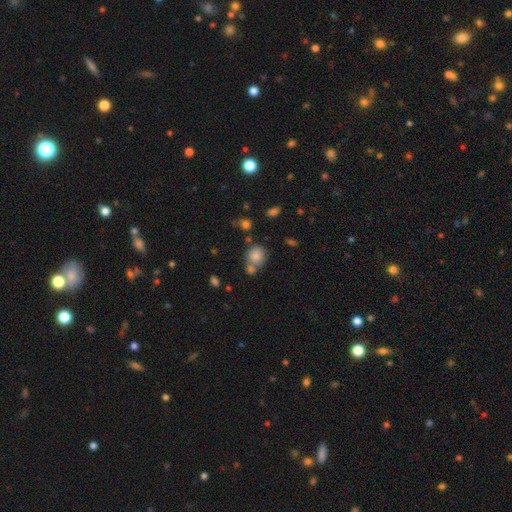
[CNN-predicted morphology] The model was most divided on "merging": none: 55%, merger: 29%, minor disturbance: 12%, major disturbance: 5%. More confident: smooth or featured — smooth (82%); how rounded — round (74%).